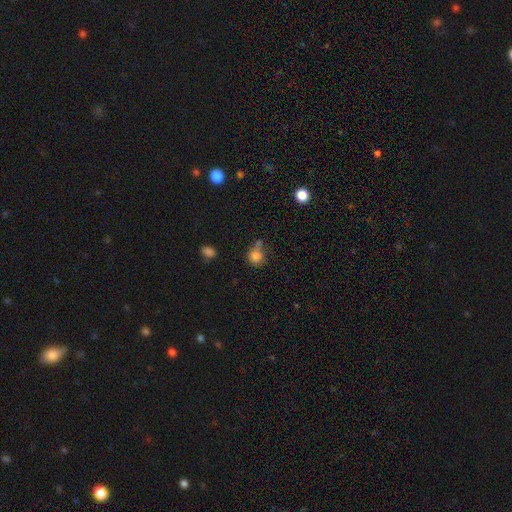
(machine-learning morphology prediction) This is clearly a smooth galaxy (80%). How rounded: likely round (80%). Merging: possibly none (50%).